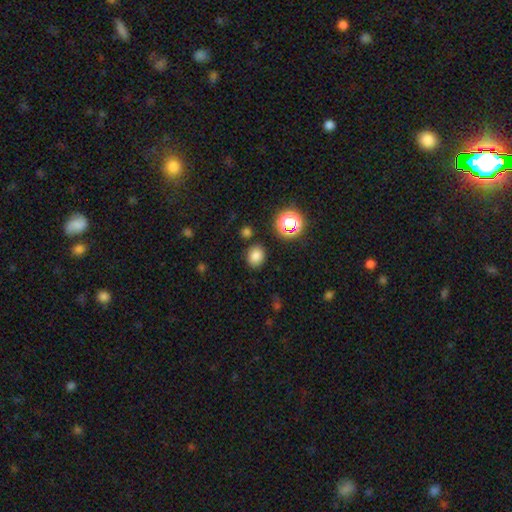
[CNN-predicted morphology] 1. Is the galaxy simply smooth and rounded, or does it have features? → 78% smooth, 16% star or artifact, 5% featured or disk.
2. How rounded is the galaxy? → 56% round, 43% in between, 1% cigar-shaped.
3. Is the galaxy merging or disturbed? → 83% none, 10% minor disturbance, 4% merger, 3% major disturbance.